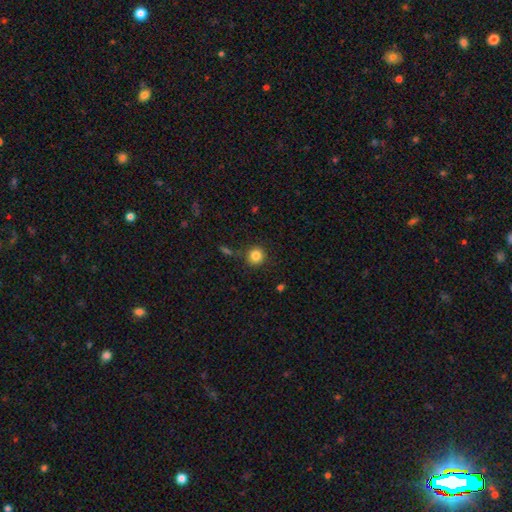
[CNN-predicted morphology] A smooth galaxy with no disk features (85%) that is round (93%). Merging: none (86%).